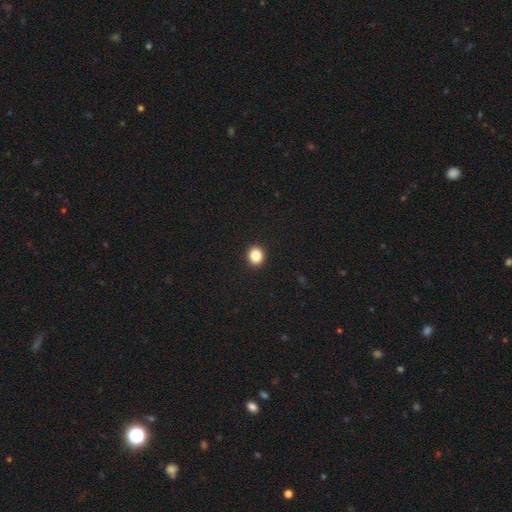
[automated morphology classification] smooth 85%, star or artifact 10%, featured or disk 5%. Down the decision tree: how rounded — round (82%); merging — none (93%).